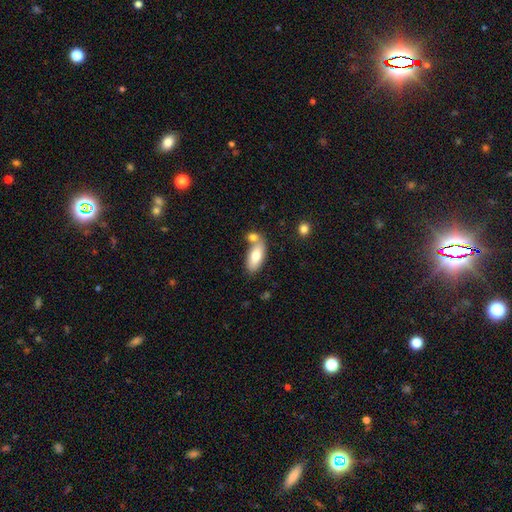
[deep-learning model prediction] Morphology: type=smooth (75%); roundness=in between (84%); merging=none (51%).